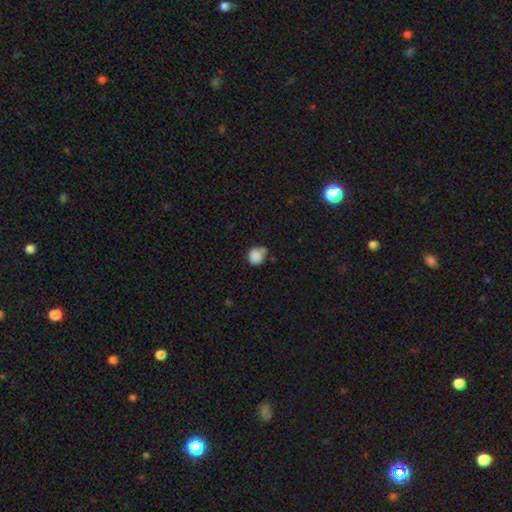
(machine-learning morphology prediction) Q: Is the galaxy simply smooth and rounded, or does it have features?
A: smooth — 86%.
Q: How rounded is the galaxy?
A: round — 84%.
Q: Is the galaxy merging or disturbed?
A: none — 55%.